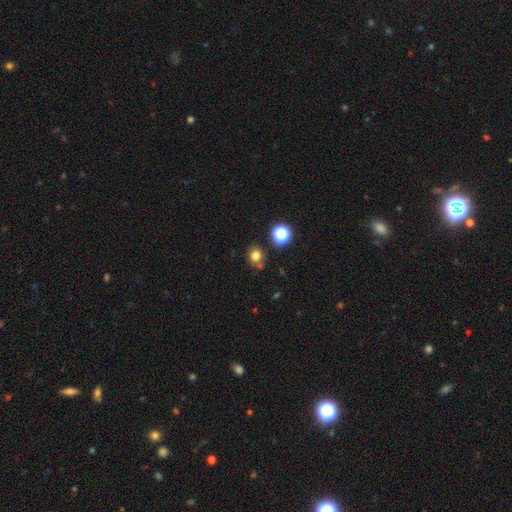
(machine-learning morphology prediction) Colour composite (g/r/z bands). It shows a smooth galaxy with no disk features (76%) that is round (71%). Merging: none (74%).